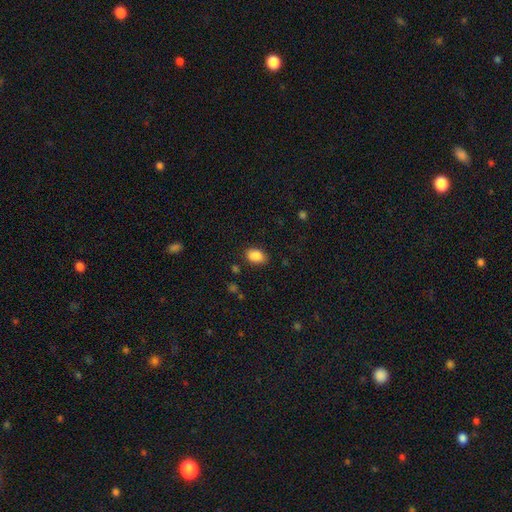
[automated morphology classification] A smooth galaxy with no disk features (86%) that is in between round and cigar-shaped (85%). Merging: none (74%).